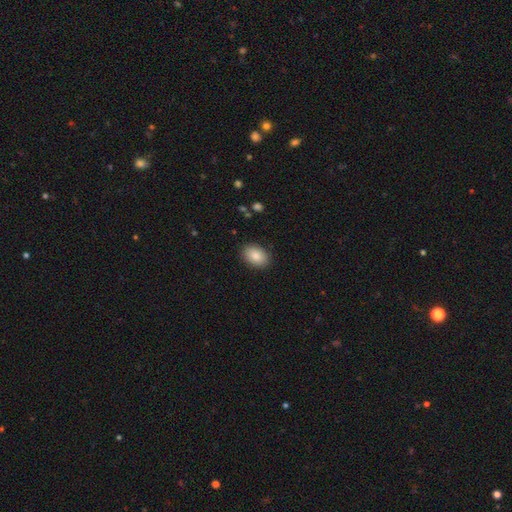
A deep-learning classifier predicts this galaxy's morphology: Smooth or featured? Predicted: smooth (p=0.87). How rounded? Predicted: in between (p=0.82). Merging? Predicted: none (p=0.88).